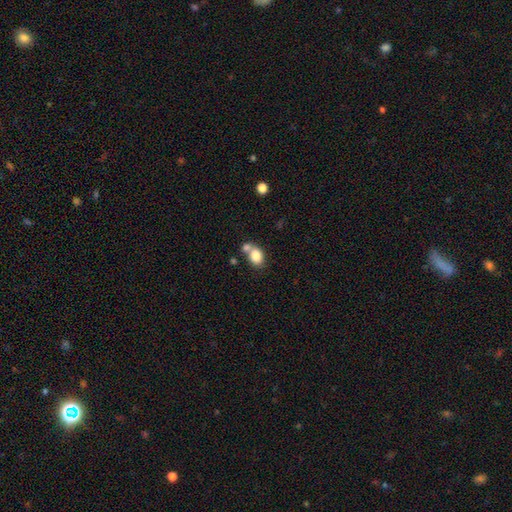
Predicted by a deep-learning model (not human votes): The model was most divided on "merging": none: 43%, merger: 39%, minor disturbance: 13%, major disturbance: 5%. More confident: smooth or featured — smooth (82%); how rounded — in between (70%).